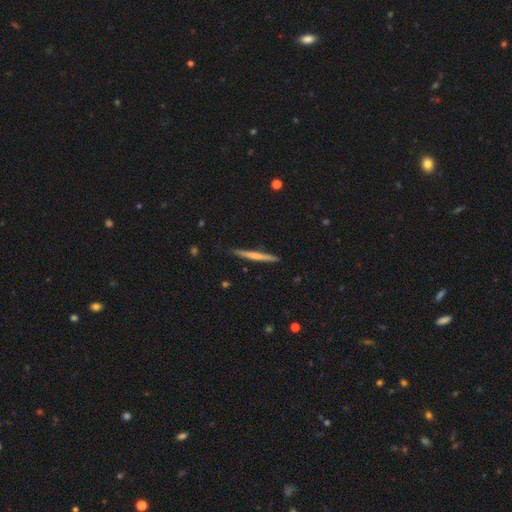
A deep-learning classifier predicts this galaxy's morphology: This is possibly a smooth galaxy (53%). How rounded: clearly cigar-shaped (96%). Merging: clearly none (89%).